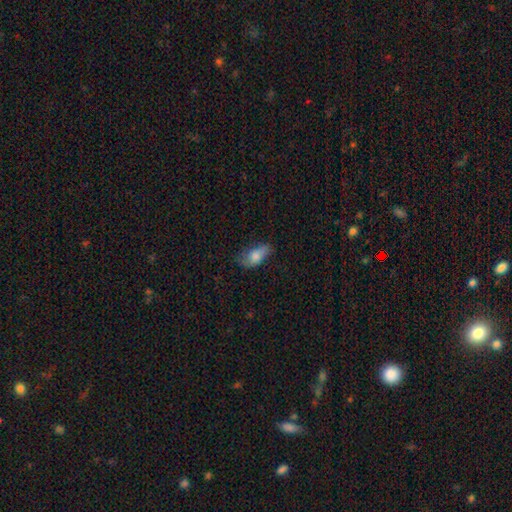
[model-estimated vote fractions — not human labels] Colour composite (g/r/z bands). It shows a smooth galaxy with no disk features (73%) that is in between round and cigar-shaped (86%). Merging: none (52%).